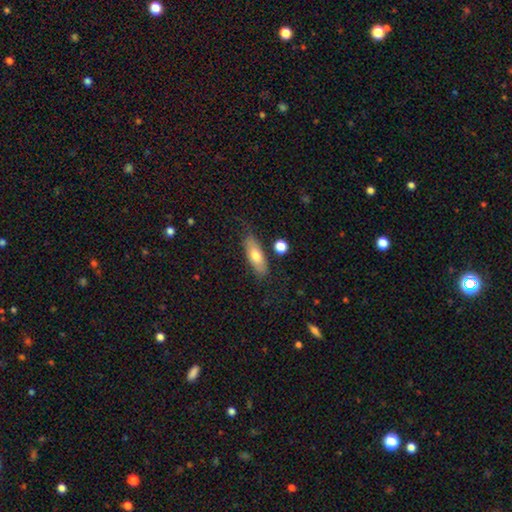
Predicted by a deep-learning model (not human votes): smooth-or-featured: smooth: 70% | featured or disk: 23% | star or artifact: 7%
  how-rounded: in between: 66% | cigar-shaped: 31% | round: 3%
  merging: none: 73% | minor disturbance: 18% | major disturbance: 5% | merger: 4%